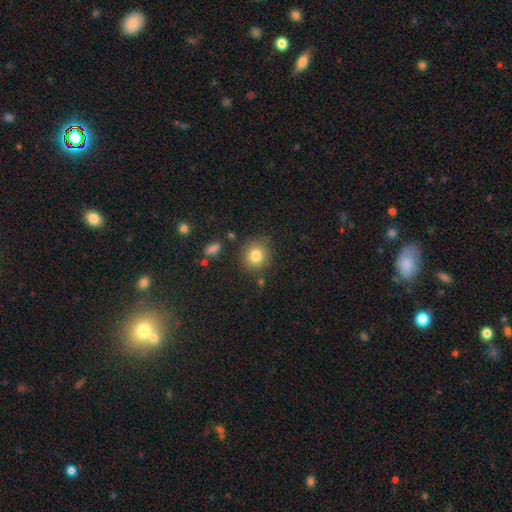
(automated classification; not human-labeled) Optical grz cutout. It shows a smooth galaxy with no disk features (82%) that is round (87%). Merging: none (82%).